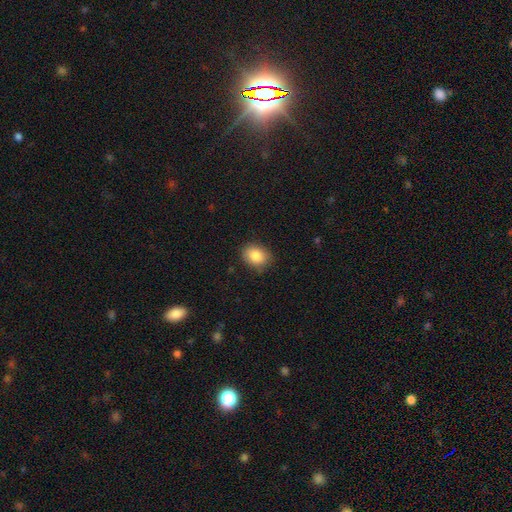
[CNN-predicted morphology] smooth 86%, star or artifact 8%, featured or disk 6%. Down the decision tree: how rounded — in between (61%); merging — none (83%).